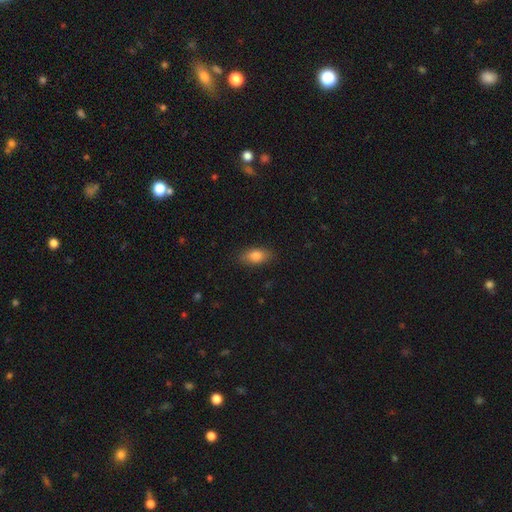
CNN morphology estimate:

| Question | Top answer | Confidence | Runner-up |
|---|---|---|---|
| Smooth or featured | smooth | 84% | featured or disk (8%) |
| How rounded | in between | 86% | cigar-shaped (8%) |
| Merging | none | 84% | minor disturbance (12%) |